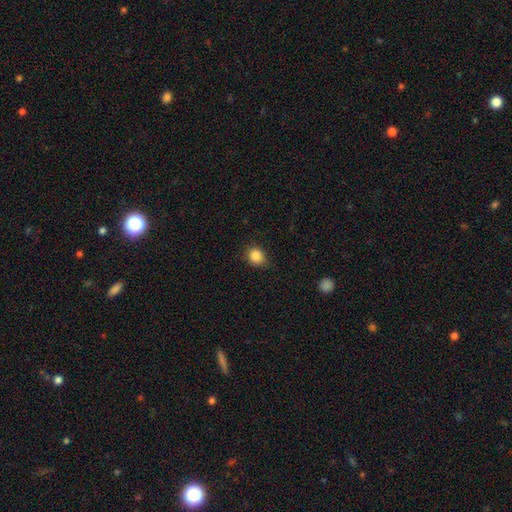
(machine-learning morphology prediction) type=smooth (85%); roundness=round (73%); merging=none (78%).